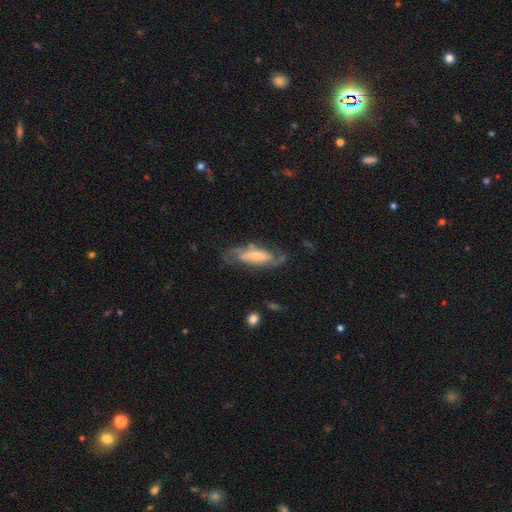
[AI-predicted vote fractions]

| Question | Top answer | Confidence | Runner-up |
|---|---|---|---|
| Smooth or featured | featured or disk | 75% | smooth (20%) |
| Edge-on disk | no | 84% | yes (16%) |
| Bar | no | 41% | weak (34%) |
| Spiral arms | yes | 90% | no (10%) |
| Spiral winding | medium | 45% | tight (32%) |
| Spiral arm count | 2 | 72% | can't tell (16%) |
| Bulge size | small | 45% | moderate (34%) |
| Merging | none | 64% | minor disturbance (20%) |